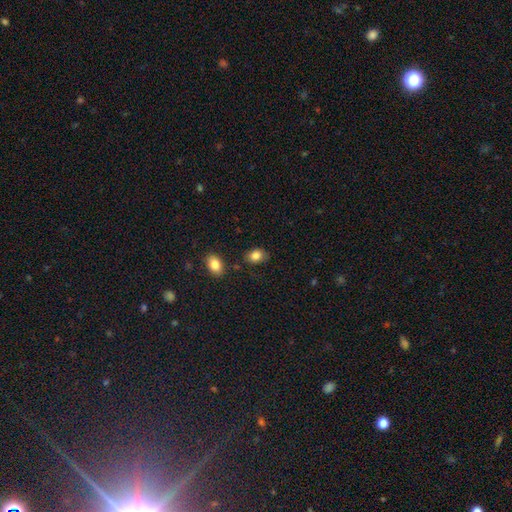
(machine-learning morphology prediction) Smooth or featured? Predicted: smooth (p=0.84). How rounded? Predicted: in between (p=0.72). Merging? Predicted: none (p=0.76).